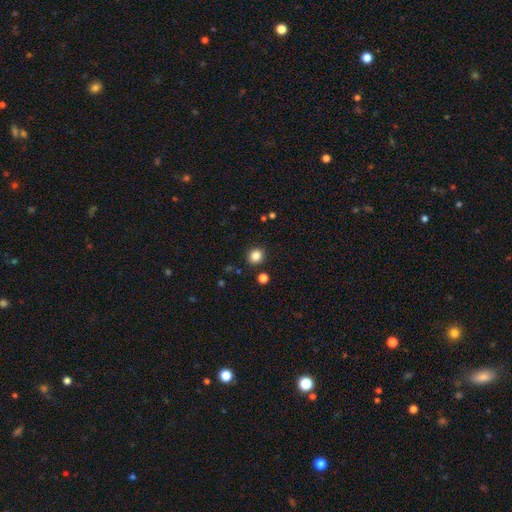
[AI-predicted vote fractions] This appears to be a smooth galaxy with no disk features (84%) that is round (86%). Merging: none (89%).